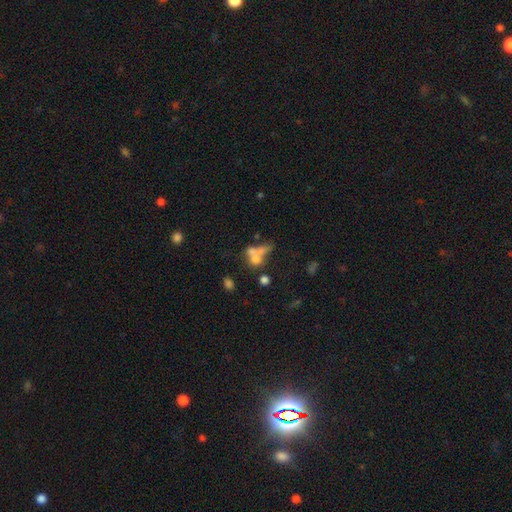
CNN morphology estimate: This is possibly a smooth galaxy (56%). How rounded: possibly round (47%). Merging: possibly merger (54%).